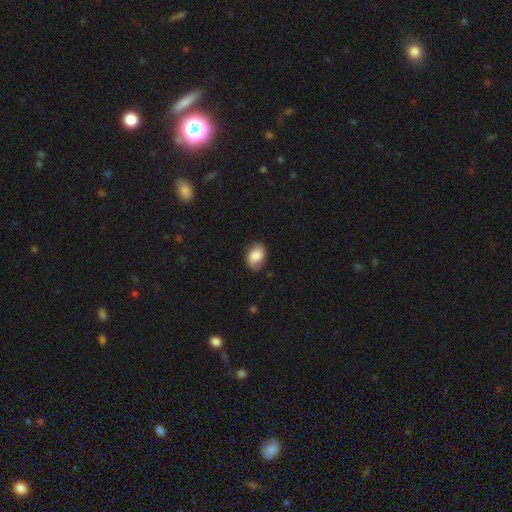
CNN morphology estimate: Smooth or featured: smooth — 76% (featured or disk — 16%)
How rounded: in between — 76% (round — 23%)
Merging: none — 74% (minor disturbance — 20%)